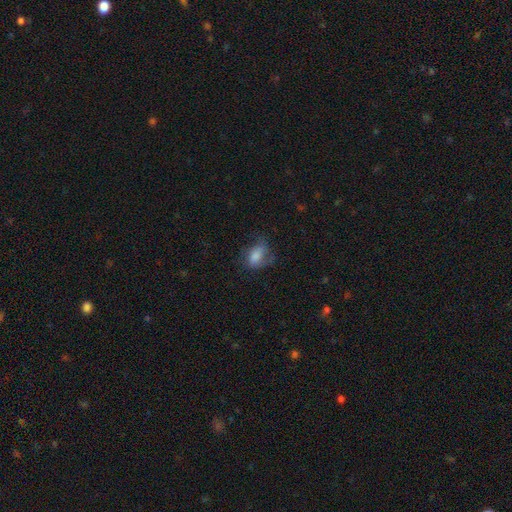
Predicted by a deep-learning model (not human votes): A smooth galaxy with no disk features (68%) that is in between round and cigar-shaped (83%). Merging: none (48%).